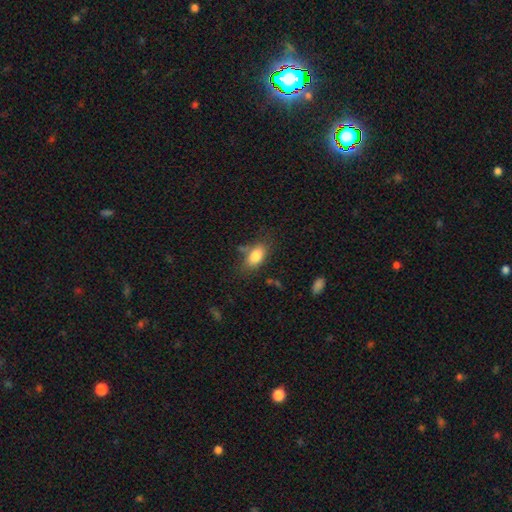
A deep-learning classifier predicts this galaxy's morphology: Smooth or featured? Predicted: smooth (p=0.82). How rounded? Predicted: in between (p=0.89). Merging? Predicted: none (p=0.68).